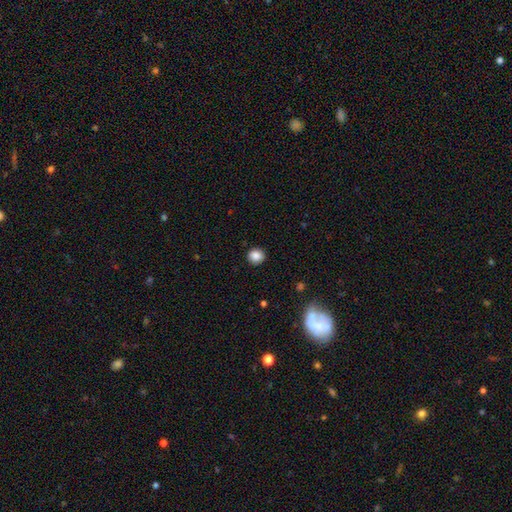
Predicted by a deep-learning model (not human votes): This appears to be a smooth galaxy with no disk features (86%) that is round (87%). Merging: none (91%).